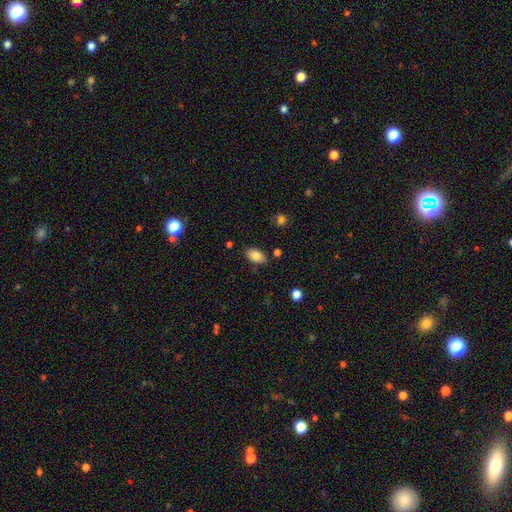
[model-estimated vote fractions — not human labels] smooth-or-featured: smooth: 83% | featured or disk: 9% | star or artifact: 8%
  how-rounded: in between: 91% | round: 7% | cigar-shaped: 2%
  merging: none: 81% | minor disturbance: 13% | merger: 3% | major disturbance: 3%